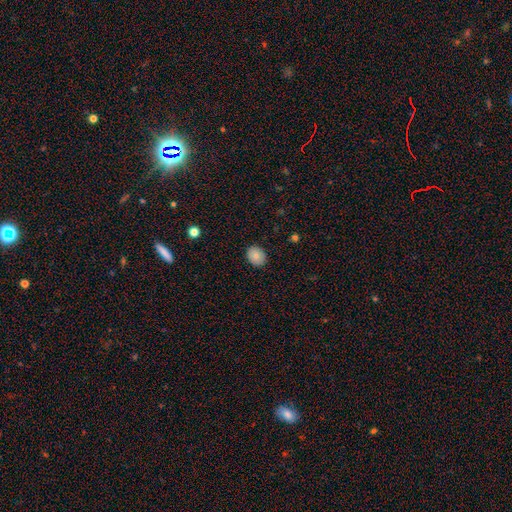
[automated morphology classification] The model was most divided on "how rounded": round: 54%, in between: 45%, cigar-shaped: 1%. More confident: merging — none (88%); smooth or featured — smooth (80%).